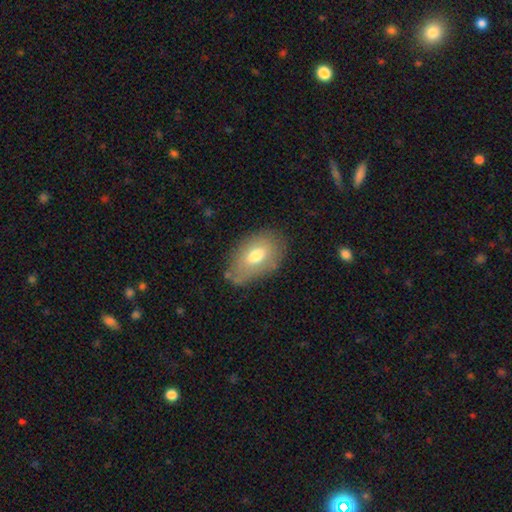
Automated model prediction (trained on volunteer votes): Smooth or featured? Predicted: smooth (p=0.69). How rounded? Predicted: in between (p=0.90). Merging? Predicted: none (p=0.72).